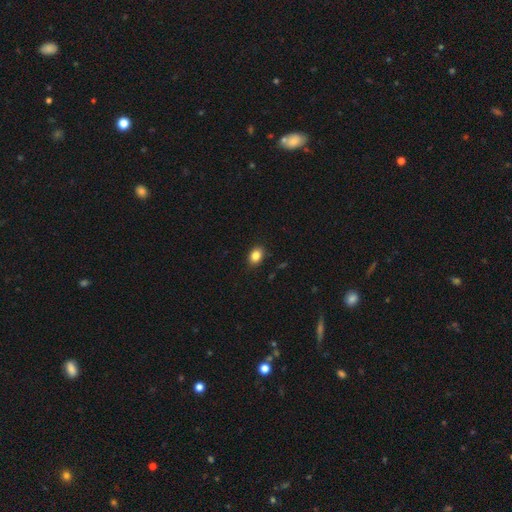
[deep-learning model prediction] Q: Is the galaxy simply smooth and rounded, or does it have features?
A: smooth — 85%.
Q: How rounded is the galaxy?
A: in between — 73%.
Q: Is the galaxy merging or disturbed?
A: none — 89%.